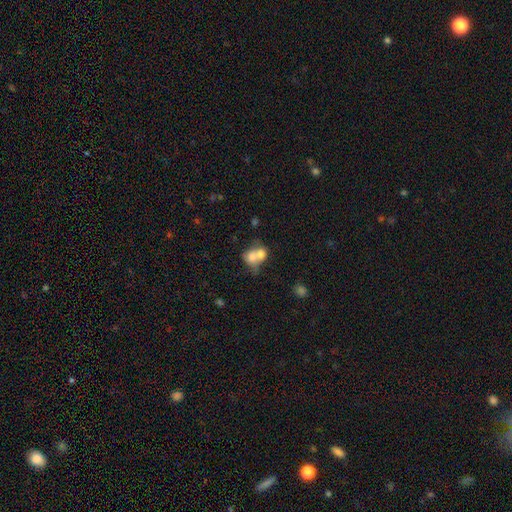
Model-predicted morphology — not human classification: This is likely a smooth galaxy (70%). How rounded: possibly round (57%). Merging: likely merger (72%).